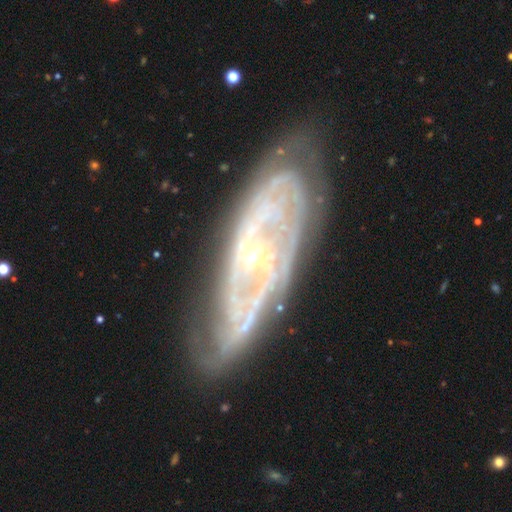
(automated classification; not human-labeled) The model was most divided on "spiral arm count": can't tell: 41%, 2: 26%, 3: 13%, 4: 8%, more than 4: 7%, 1: 6%. More confident: spiral arms — yes (92%); smooth or featured — featured or disk (87%); edge-on disk — no (85%); bulge size — small (79%); merging — none (74%); spiral winding — tight (69%); bar — no (62%).